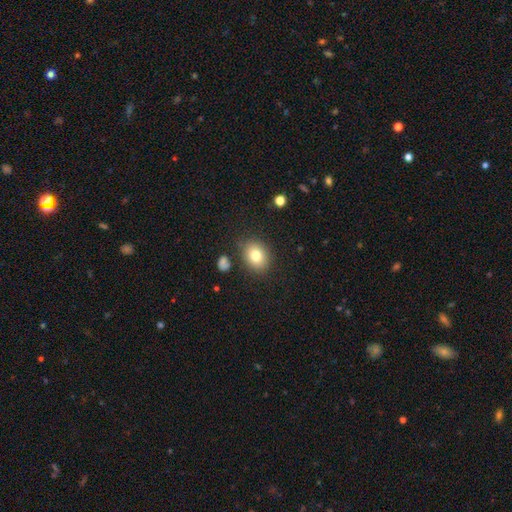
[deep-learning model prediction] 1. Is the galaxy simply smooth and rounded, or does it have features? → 80% smooth, 10% star or artifact, 10% featured or disk.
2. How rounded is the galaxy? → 51% round, 48% in between, 1% cigar-shaped.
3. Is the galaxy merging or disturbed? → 82% none, 12% minor disturbance, 4% major disturbance, 3% merger.